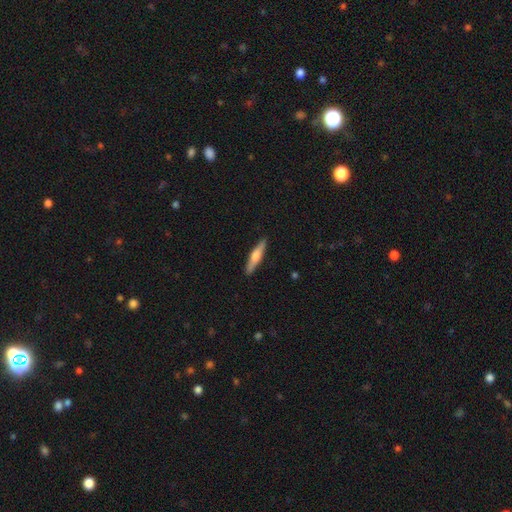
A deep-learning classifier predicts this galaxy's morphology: Smooth or featured? Predicted: smooth (p=0.49). Merging? Predicted: none (p=0.91).